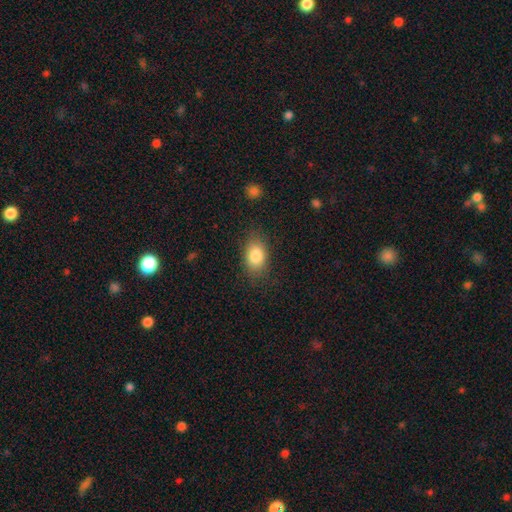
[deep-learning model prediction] smooth-or-featured: smooth: 83% | featured or disk: 8% | star or artifact: 8%
  how-rounded: in between: 84% | round: 15% | cigar-shaped: 2%
  merging: none: 80% | minor disturbance: 14% | major disturbance: 5% | merger: 1%